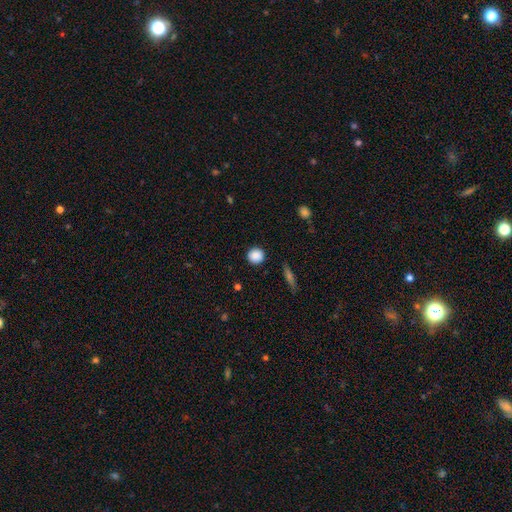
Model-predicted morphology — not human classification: smooth 88%, star or artifact 9%, featured or disk 4%. Down the decision tree: how rounded — round (93%); merging — none (91%).